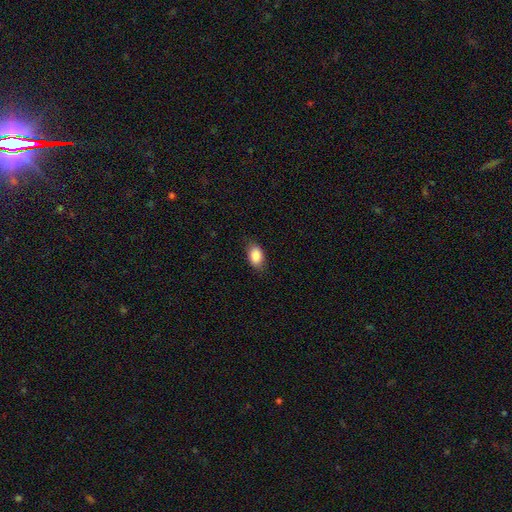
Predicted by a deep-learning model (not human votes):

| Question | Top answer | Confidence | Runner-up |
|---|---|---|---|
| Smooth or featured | smooth | 88% | star or artifact (7%) |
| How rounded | in between | 89% | round (9%) |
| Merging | none | 81% | minor disturbance (15%) |